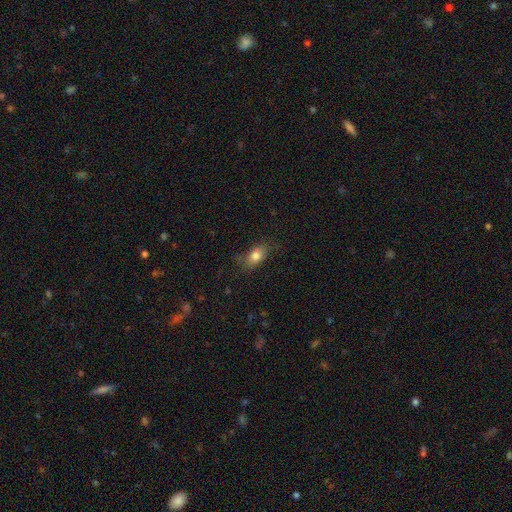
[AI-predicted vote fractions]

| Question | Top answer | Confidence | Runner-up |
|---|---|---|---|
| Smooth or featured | smooth | 80% | featured or disk (11%) |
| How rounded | in between | 83% | round (12%) |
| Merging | none | 73% | minor disturbance (20%) |